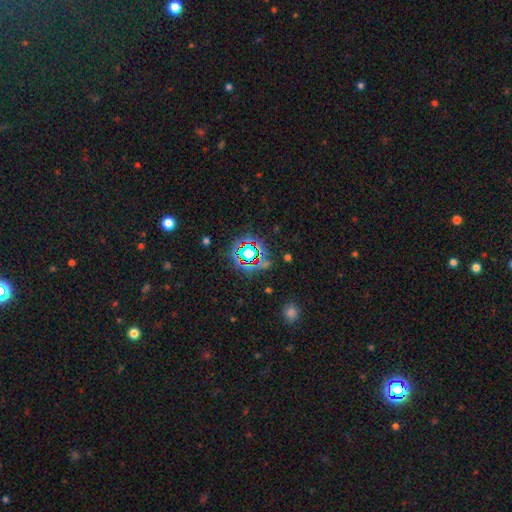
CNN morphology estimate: A star or artifact, not a galaxy (73%).